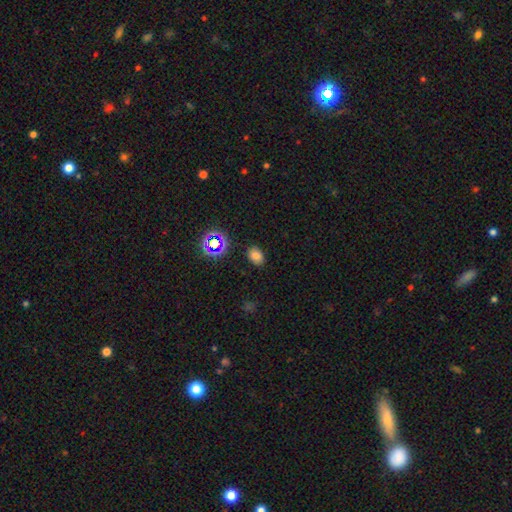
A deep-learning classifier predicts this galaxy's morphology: Smooth or featured?
  - smooth: 74% *
  - star or artifact: 19%
  - featured or disk: 7%
How rounded?
  - in between: 73% *
  - round: 26%
  - cigar-shaped: 1%
Merging?
  - none: 85% *
  - minor disturbance: 10%
  - major disturbance: 3%
  - merger: 2%